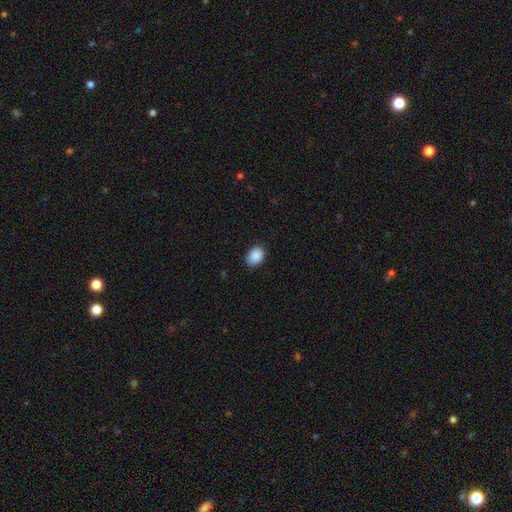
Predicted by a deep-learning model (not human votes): Smooth or featured: smooth — 90% (star or artifact — 8%)
How rounded: in between — 66% (round — 33%)
Merging: none — 87% (minor disturbance — 10%)